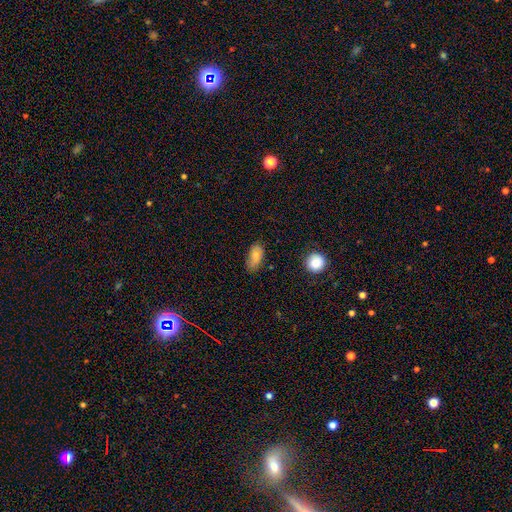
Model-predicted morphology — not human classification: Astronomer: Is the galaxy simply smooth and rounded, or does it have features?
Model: smooth — 78%.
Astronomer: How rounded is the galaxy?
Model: in between — 91%.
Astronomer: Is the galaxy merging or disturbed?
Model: none — 71%.